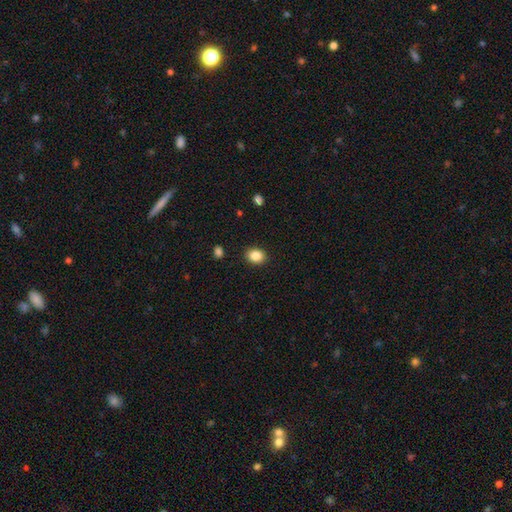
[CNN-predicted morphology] This is clearly a smooth galaxy (86%). How rounded: possibly round (51%). Merging: clearly none (89%).